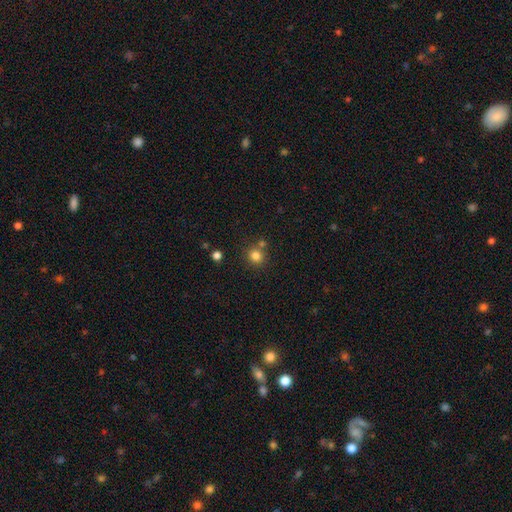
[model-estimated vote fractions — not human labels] Smooth or featured: smooth — 81% (star or artifact — 13%)
How rounded: round — 89% (in between — 10%)
Merging: none — 72% (merger — 16%)